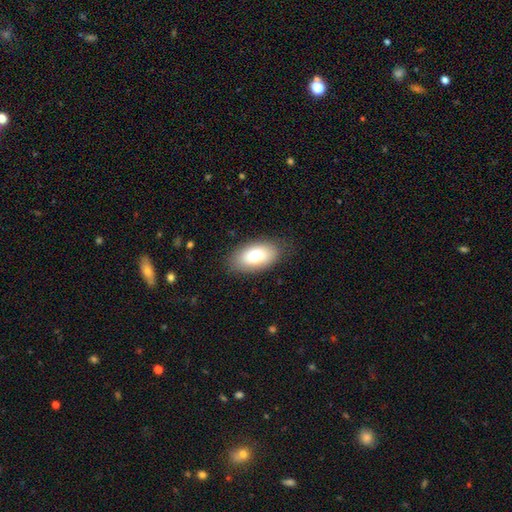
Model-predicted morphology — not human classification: smooth 78%, featured or disk 14%, star or artifact 7%. Down the decision tree: how rounded — in between (94%); merging — none (84%).